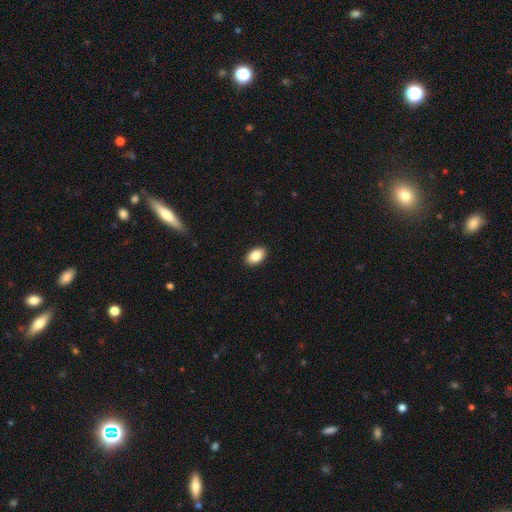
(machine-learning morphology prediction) Smooth or featured: smooth — 87% (star or artifact — 7%)
How rounded: in between — 91% (round — 8%)
Merging: none — 91% (minor disturbance — 6%)